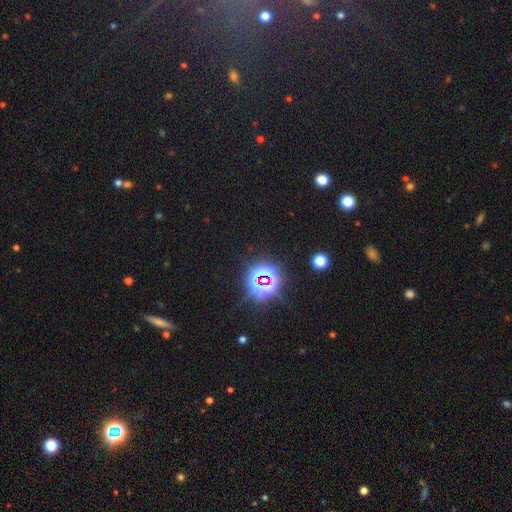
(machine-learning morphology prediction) star or artifact 79%, smooth 14%, featured or disk 8%.